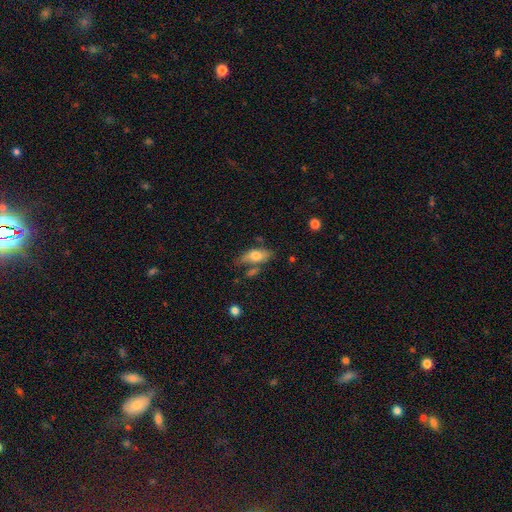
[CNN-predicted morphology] type=smooth (69%); roundness=in between (82%); merging=none (57%).